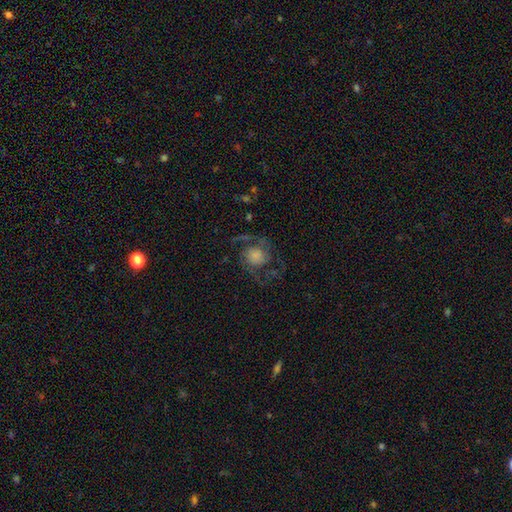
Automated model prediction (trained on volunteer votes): Smooth or featured?
  - featured or disk: 73% *
  - smooth: 18%
  - star or artifact: 8%
Edge-on disk?
  - no: 98% *
  - yes: 2%
Bar?
  - no: 75% *
  - weak: 20%
  - strong: 4%
Spiral arms?
  - yes: 92% *
  - no: 8%
Spiral winding?
  - medium: 48% *
  - loose: 35%
  - tight: 17%
Spiral arm count?
  - 2: 71% *
  - 3: 10%
  - can't tell: 8%
  - 1: 4%
  - 4: 4%
  - more than 4: 3%
Bulge size?
  - large: 35% *
  - none: 22%
  - moderate: 17%
  - small: 14%
  - dominant: 11%
Merging?
  - none: 62% *
  - major disturbance: 20%
  - minor disturbance: 16%
  - merger: 2%